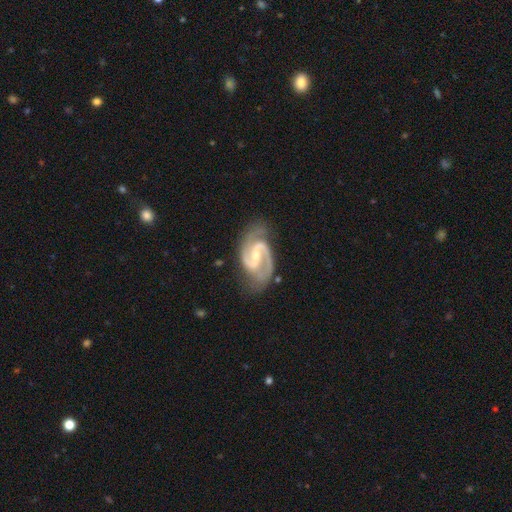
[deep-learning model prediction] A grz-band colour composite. It shows a featured or disk galaxy (94%) with a weak bar (48%), 2 (94%) medium (64%) spiral arms (99%) and a small central bulge (62%). Merging: none (74%).